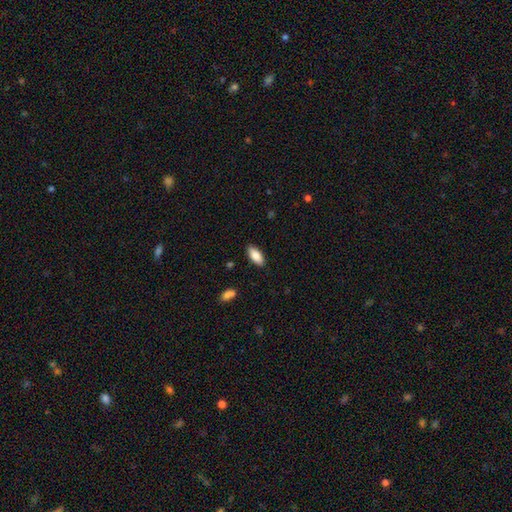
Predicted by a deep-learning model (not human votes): Morphology: type=smooth (85%); roundness=in between (85%); merging=none (88%).